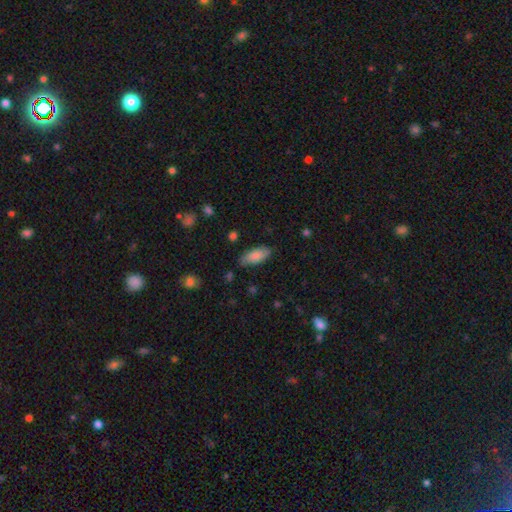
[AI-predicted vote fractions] smooth_or_featured: smooth (p=0.83) [alt: featured or disk p=0.10]
how_rounded: in between (p=0.85) [alt: cigar-shaped p=0.13]
merging: none (p=0.79) [alt: minor disturbance p=0.16]